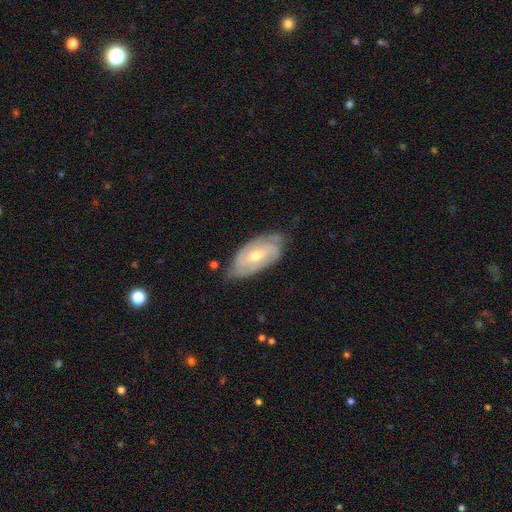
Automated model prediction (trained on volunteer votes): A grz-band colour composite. It shows a featured or disk galaxy (77%) with no bar (47%), 2 (46%) tight (61%) spiral arms (91%) and a moderate central bulge (57%). Merging: none (70%).